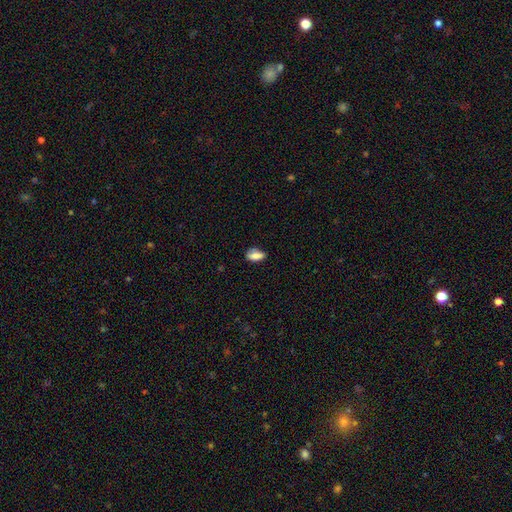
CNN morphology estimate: smooth_or_featured: smooth (p=0.79) [alt: featured or disk p=0.12]
how_rounded: in between (p=0.84) [alt: cigar-shaped p=0.11]
merging: none (p=0.65) [alt: minor disturbance p=0.26]